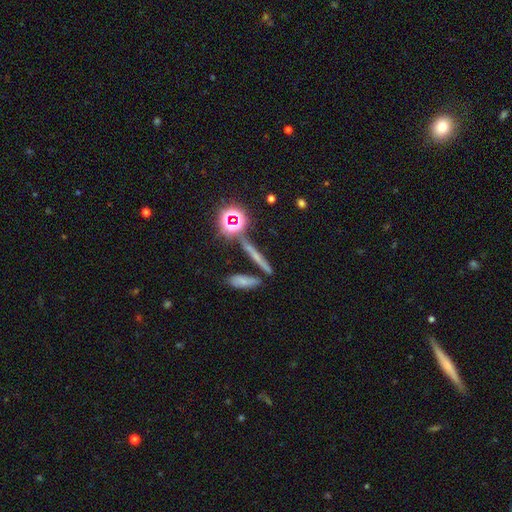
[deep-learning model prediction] Smooth or featured?
  - smooth: 46% *
  - star or artifact: 28%
  - featured or disk: 25%
Merging?
  - none: 72% *
  - merger: 13%
  - minor disturbance: 10%
  - major disturbance: 4%